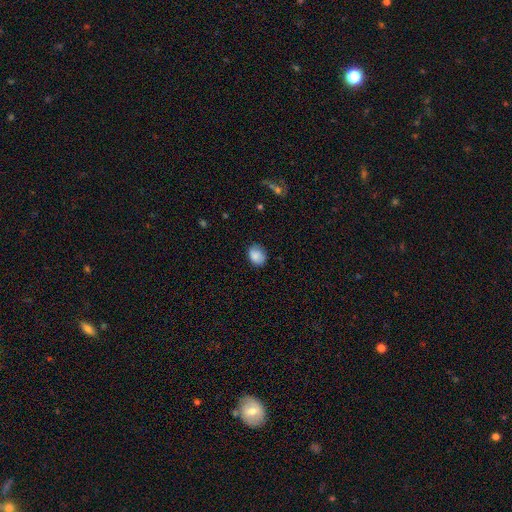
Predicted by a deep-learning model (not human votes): Smooth or featured? smooth (85%)
How rounded? in between (55%)
Merging? none (75%)